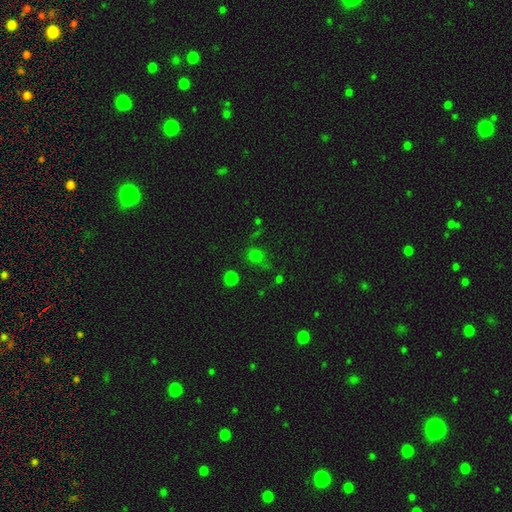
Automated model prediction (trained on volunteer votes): Smooth or featured?
  - smooth: 65% *
  - star or artifact: 28%
  - featured or disk: 7%
How rounded?
  - round: 77% *
  - in between: 21%
  - cigar-shaped: 2%
Merging?
  - none: 66% *
  - minor disturbance: 17%
  - major disturbance: 10%
  - merger: 7%